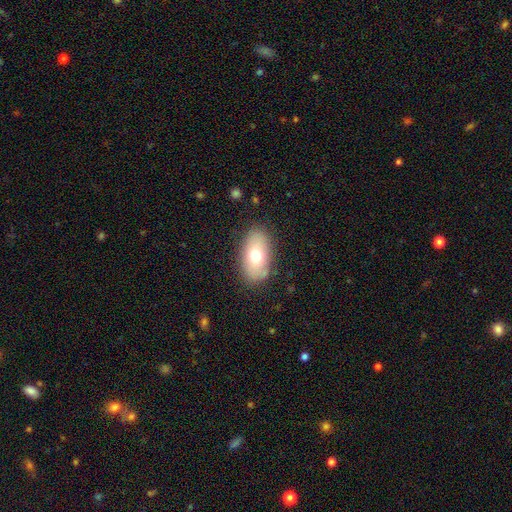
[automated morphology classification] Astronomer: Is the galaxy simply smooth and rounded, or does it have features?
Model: smooth — 69%.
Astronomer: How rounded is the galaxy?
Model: in between — 90%.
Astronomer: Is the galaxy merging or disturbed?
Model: none — 83%.